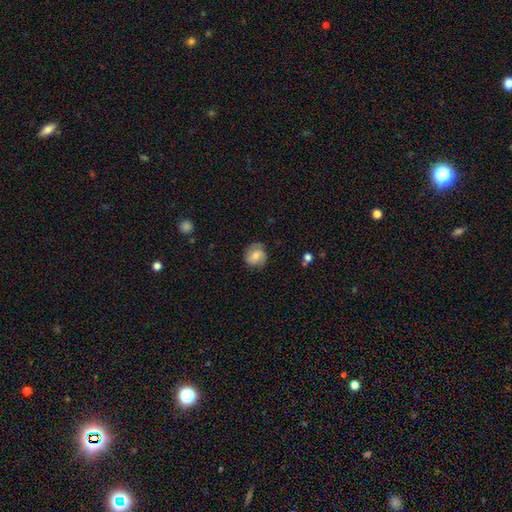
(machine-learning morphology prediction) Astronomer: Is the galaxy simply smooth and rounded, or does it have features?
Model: smooth — 59%.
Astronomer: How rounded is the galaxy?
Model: round — 81%.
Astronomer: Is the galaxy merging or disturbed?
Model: none — 75%.